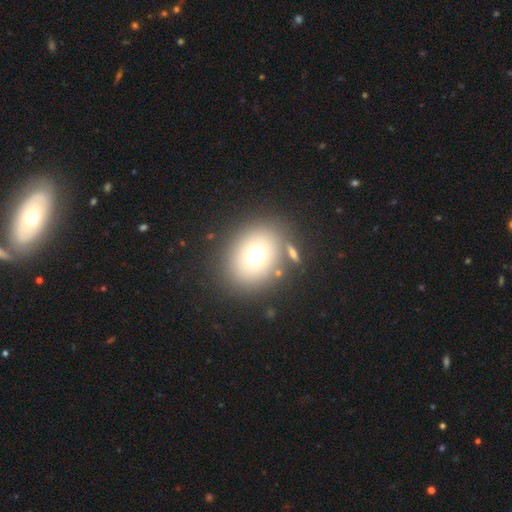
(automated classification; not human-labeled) Smooth or featured? Predicted: smooth (p=0.70). How rounded? Predicted: round (p=0.59). Merging? Predicted: none (p=0.77).